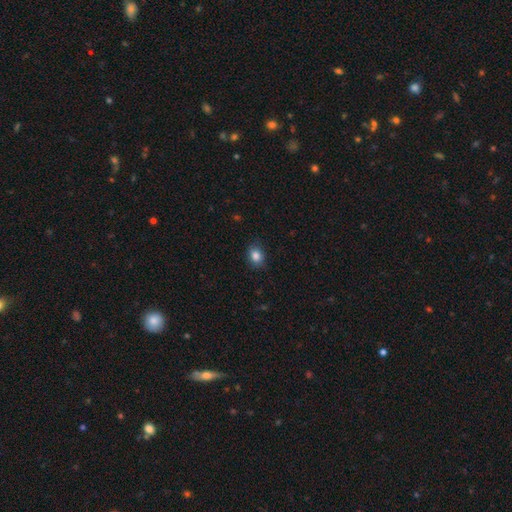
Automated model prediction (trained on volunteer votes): A smooth galaxy with no disk features (85%) that is in between round and cigar-shaped (55%). Merging: none (81%).